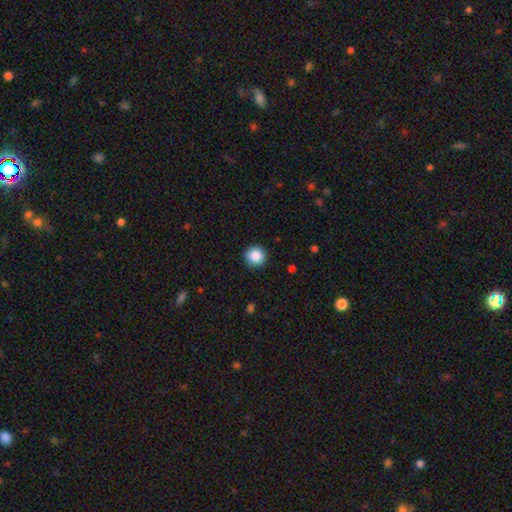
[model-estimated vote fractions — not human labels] Smooth or featured: smooth — 87% (star or artifact — 9%)
How rounded: round — 95% (in between — 4%)
Merging: none — 91% (minor disturbance — 6%)